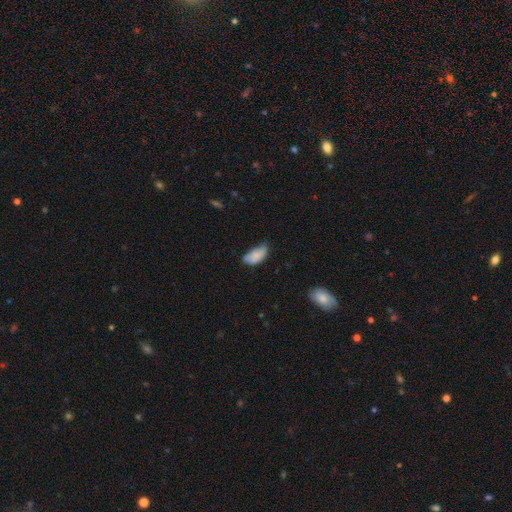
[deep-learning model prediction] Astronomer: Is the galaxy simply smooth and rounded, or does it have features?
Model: smooth — 78%.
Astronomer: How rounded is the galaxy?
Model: in between — 92%.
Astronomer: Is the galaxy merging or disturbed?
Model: minor disturbance — 46% (runner-up: none, 34%).